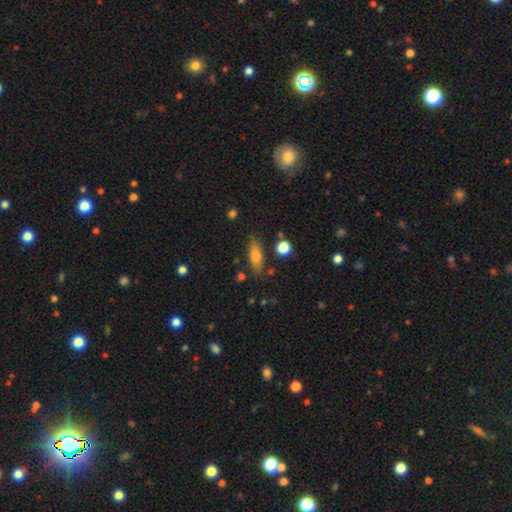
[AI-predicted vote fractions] Smooth or featured? Predicted: smooth (p=0.77). How rounded? Predicted: in between (p=0.60). Merging? Predicted: none (p=0.78).